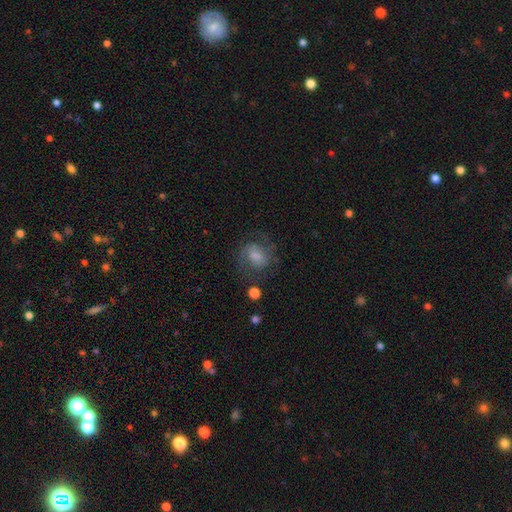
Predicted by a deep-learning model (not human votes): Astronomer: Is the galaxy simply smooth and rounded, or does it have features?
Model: featured or disk — 51% (runner-up: smooth, 36%).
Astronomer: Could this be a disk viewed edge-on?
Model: no — 96%.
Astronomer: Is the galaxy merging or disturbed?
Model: none — 68%.